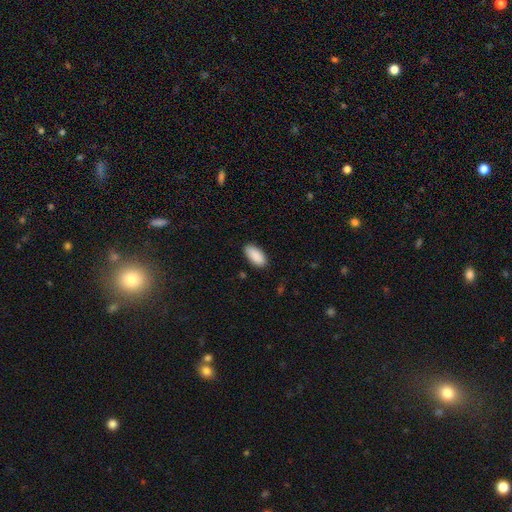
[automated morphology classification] The model was most divided on "merging": none: 88%, minor disturbance: 9%, major disturbance: 2%, merger: 1%. More confident: how rounded — in between (92%); smooth or featured — smooth (91%).